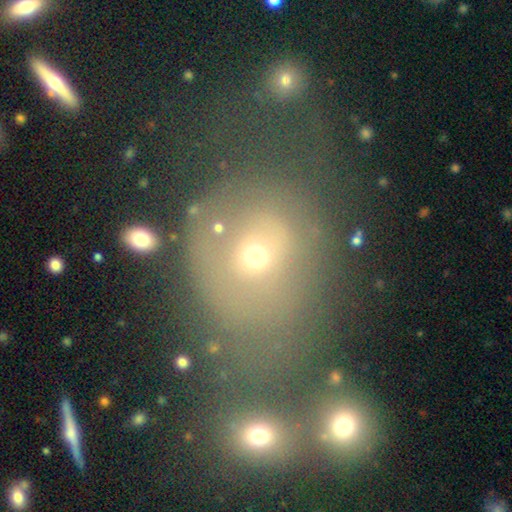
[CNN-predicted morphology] Overall: smooth (55%; featured or disk 27%). How rounded: round (65%; in between 34%). Merging: none (36%; merger 32%).